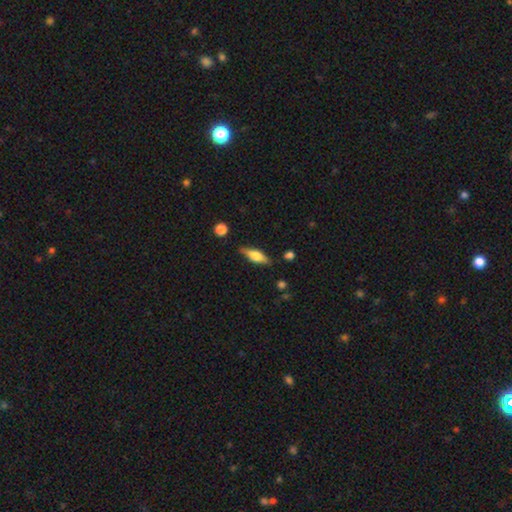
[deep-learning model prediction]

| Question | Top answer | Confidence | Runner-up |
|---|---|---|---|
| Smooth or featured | featured or disk | 47% | smooth (46%) |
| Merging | none | 82% | minor disturbance (13%) |